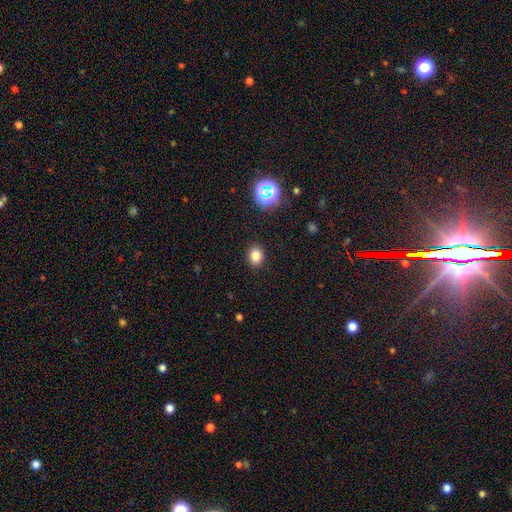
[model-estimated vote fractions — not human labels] smooth_or_featured: smooth (p=0.81) [alt: star or artifact p=0.14]
how_rounded: round (p=0.51) [alt: in between p=0.49]
merging: none (p=0.89) [alt: minor disturbance p=0.07]